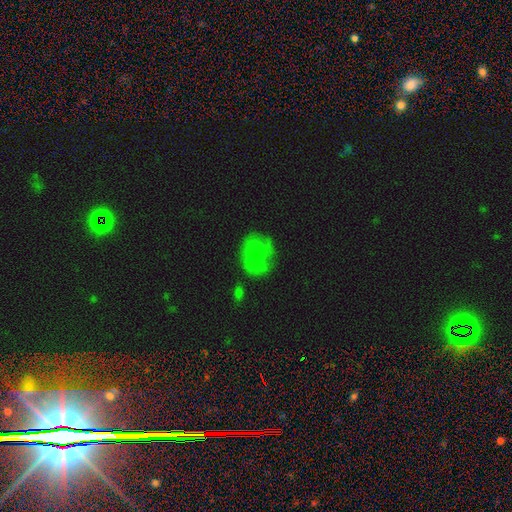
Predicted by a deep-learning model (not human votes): Q: Smooth or featured?
A: smooth (47%); runner-up: featured or disk (44%)
Q: Merging?
A: none (64%); runner-up: minor disturbance (22%)